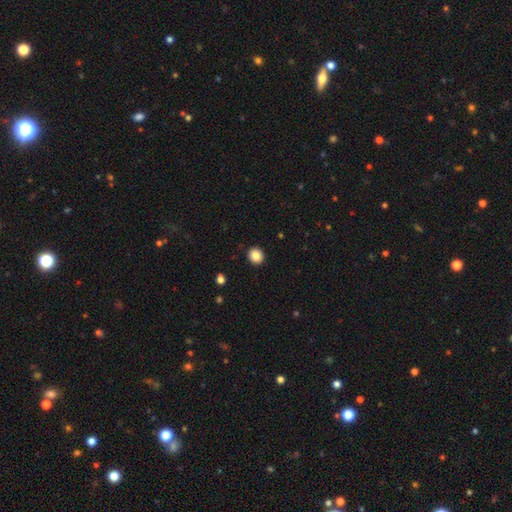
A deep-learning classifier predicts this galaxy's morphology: This appears to be a smooth galaxy with no disk features (86%) that is round (81%). Merging: none (92%).